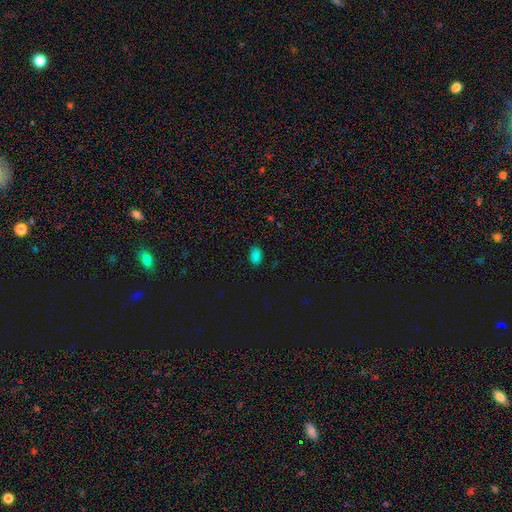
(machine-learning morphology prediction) A smooth galaxy with no disk features (81%) that is in between round and cigar-shaped (88%). Merging: none (86%).